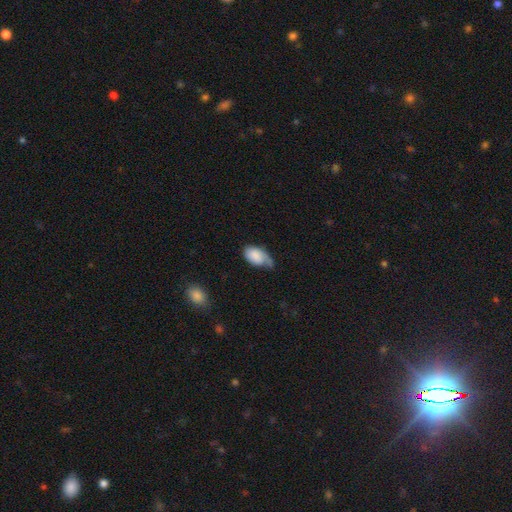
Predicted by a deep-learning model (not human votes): Smooth or featured: smooth — 73% (featured or disk — 20%)
How rounded: in between — 92% (round — 6%)
Merging: minor disturbance — 39% (none — 34%)